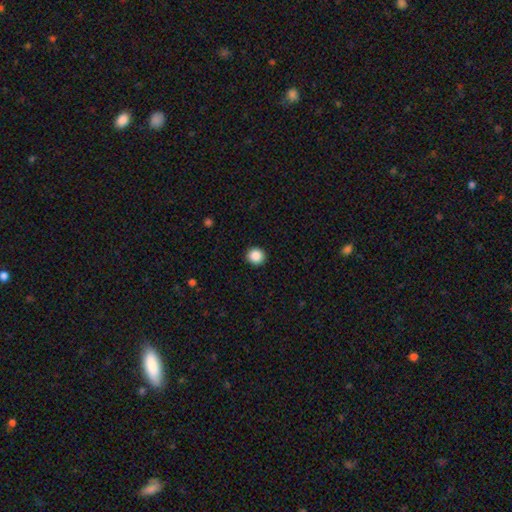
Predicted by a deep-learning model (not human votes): smooth 88%, star or artifact 9%, featured or disk 3%. Down the decision tree: how rounded — round (93%); merging — none (93%).